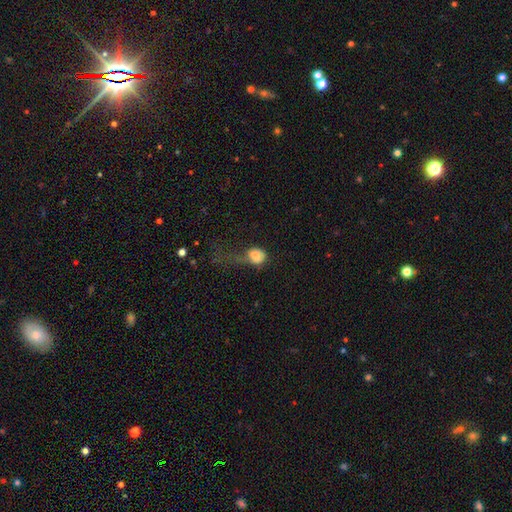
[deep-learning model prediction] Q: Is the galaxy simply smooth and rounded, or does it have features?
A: smooth — 78%.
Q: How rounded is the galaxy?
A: round — 52%.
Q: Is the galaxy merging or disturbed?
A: major disturbance — 57%.